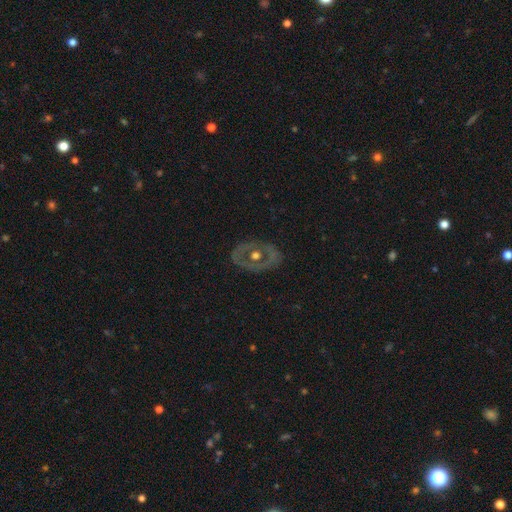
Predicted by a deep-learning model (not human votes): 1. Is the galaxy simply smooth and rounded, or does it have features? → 64% featured or disk, 29% smooth, 7% star or artifact.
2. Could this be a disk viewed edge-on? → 93% no, 7% yes.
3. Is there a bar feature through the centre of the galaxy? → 88% no, 9% weak, 4% strong.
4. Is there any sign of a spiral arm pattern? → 85% no, 15% yes.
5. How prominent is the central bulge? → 76% moderate, 14% large, 7% small, 2% none, 1% dominant.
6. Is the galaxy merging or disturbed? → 76% none, 15% minor disturbance, 7% major disturbance, 2% merger.